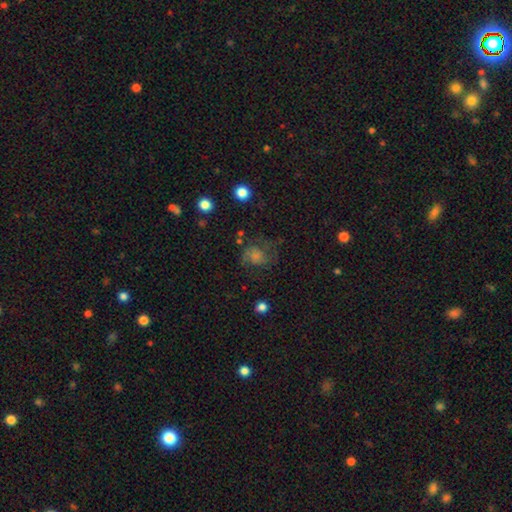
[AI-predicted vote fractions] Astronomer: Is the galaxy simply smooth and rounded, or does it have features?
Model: featured or disk — 50% (runner-up: smooth, 29%).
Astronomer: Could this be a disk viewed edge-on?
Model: no — 97%.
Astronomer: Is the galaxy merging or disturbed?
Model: none — 61%.